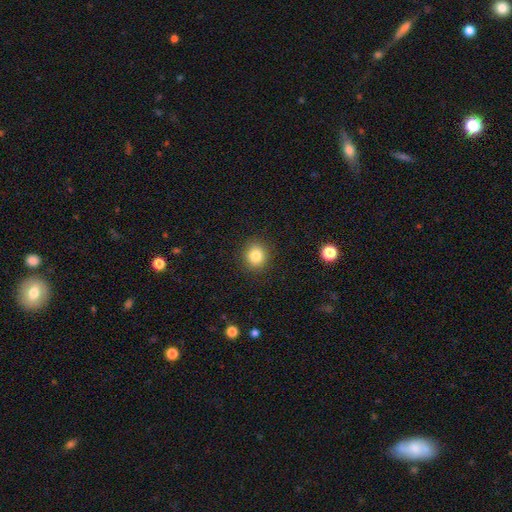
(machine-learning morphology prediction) The model was most divided on "smooth or featured": smooth: 83%, star or artifact: 11%, featured or disk: 6%. More confident: merging — none (90%); how rounded — round (86%).